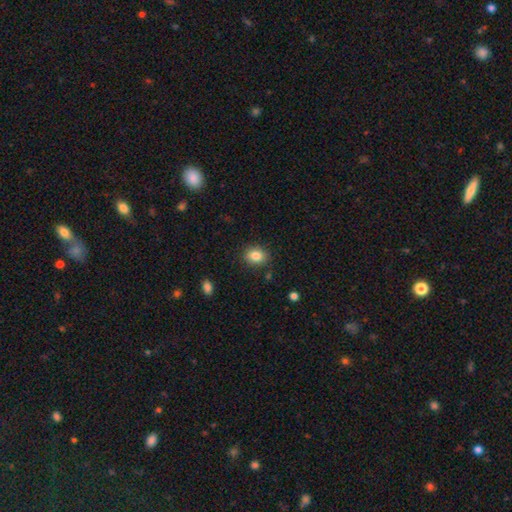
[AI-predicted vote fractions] smooth 84%, star or artifact 9%, featured or disk 6%. Down the decision tree: how rounded — in between (50%); merging — none (86%).